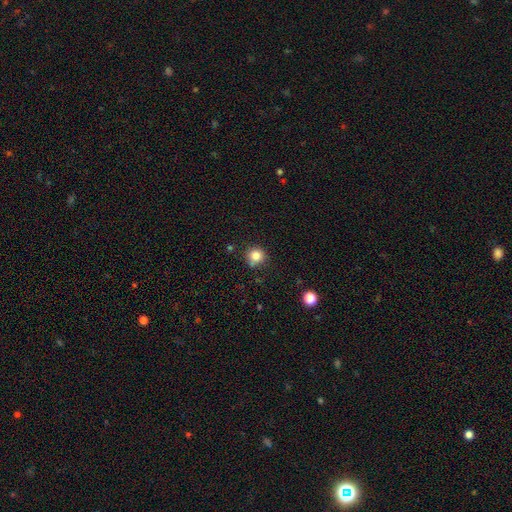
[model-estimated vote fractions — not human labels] Smooth or featured: smooth — 83% (star or artifact — 11%)
How rounded: round — 92% (in between — 7%)
Merging: none — 77% (minor disturbance — 15%)